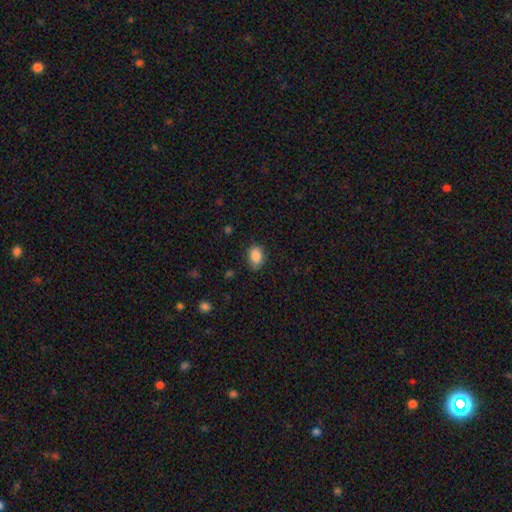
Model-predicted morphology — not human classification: Q: Smooth or featured?
A: smooth (88%); runner-up: star or artifact (8%)
Q: How rounded?
A: in between (78%); runner-up: round (21%)
Q: Merging?
A: none (79%); runner-up: minor disturbance (16%)